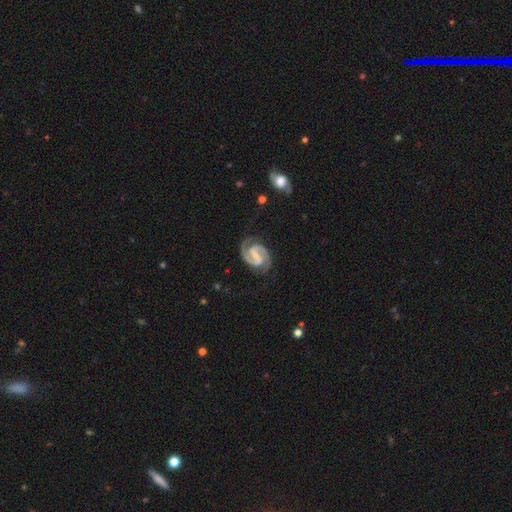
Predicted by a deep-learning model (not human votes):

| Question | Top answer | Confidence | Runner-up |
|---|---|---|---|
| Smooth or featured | featured or disk | 93% | star or artifact (4%) |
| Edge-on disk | no | 98% | yes (2%) |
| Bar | weak | 44% | strong (38%) |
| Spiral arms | yes | 99% | no (1%) |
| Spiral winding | medium | 53% | tight (39%) |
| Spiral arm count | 2 | 94% | 3 (2%) |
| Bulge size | small | 58% | moderate (28%) |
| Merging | none | 79% | minor disturbance (15%) |